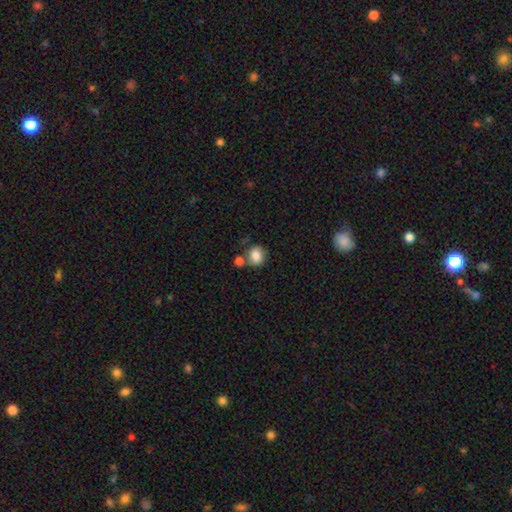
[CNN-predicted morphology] Smooth or featured?
  - smooth: 84% *
  - star or artifact: 9%
  - featured or disk: 7%
How rounded?
  - round: 69% *
  - in between: 30%
  - cigar-shaped: 1%
Merging?
  - none: 60% *
  - merger: 22%
  - minor disturbance: 13%
  - major disturbance: 4%